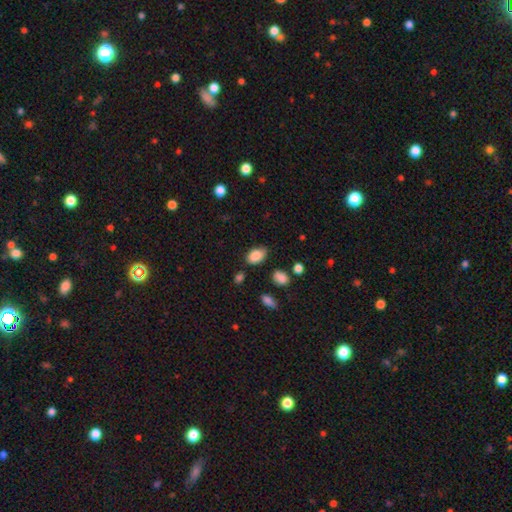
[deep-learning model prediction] smooth_or_featured: smooth (p=0.86) [alt: star or artifact p=0.09]
how_rounded: in between (p=0.87) [alt: round p=0.12]
merging: none (p=0.72) [alt: minor disturbance p=0.20]